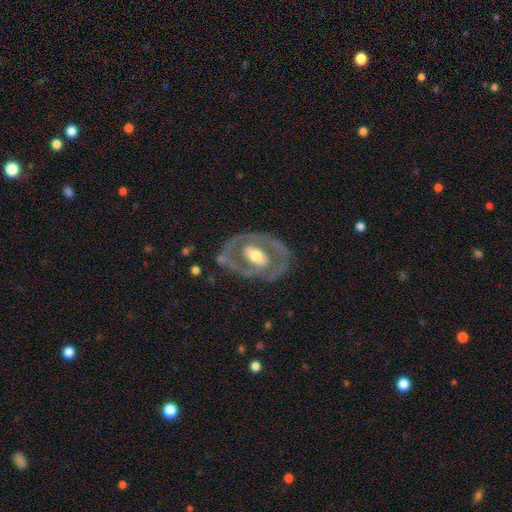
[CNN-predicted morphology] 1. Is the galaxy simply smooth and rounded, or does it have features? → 73% featured or disk, 23% smooth, 5% star or artifact.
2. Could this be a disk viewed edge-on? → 94% no, 6% yes.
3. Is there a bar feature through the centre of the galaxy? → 51% no, 29% weak, 20% strong.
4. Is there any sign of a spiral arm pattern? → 60% no, 40% yes.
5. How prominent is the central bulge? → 63% moderate, 21% large, 12% small, 2% dominant, 1% none.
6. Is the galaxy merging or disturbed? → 70% none, 17% minor disturbance, 11% major disturbance, 2% merger.